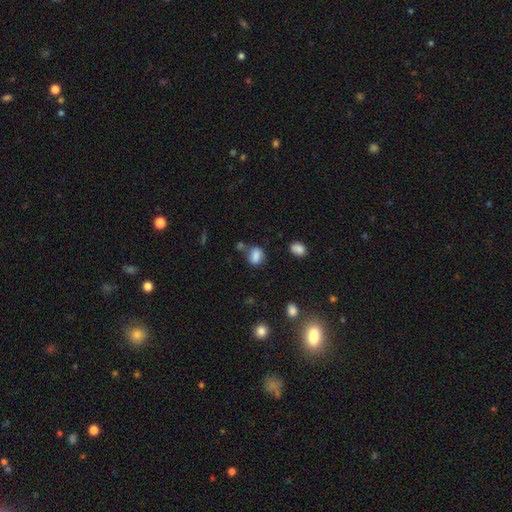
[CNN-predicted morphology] smooth 81%, star or artifact 10%, featured or disk 9%. Down the decision tree: how rounded — in between (60%); merging — none (61%).